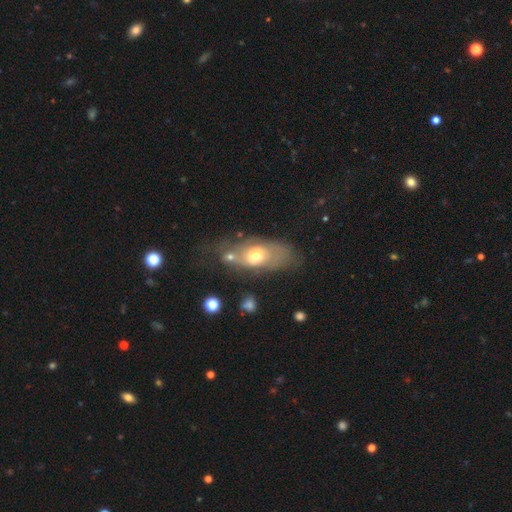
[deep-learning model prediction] Smooth or featured: smooth — 50% (featured or disk — 41%)
How rounded: in between — 84% (round — 9%)
Merging: none — 40% (minor disturbance — 24%)